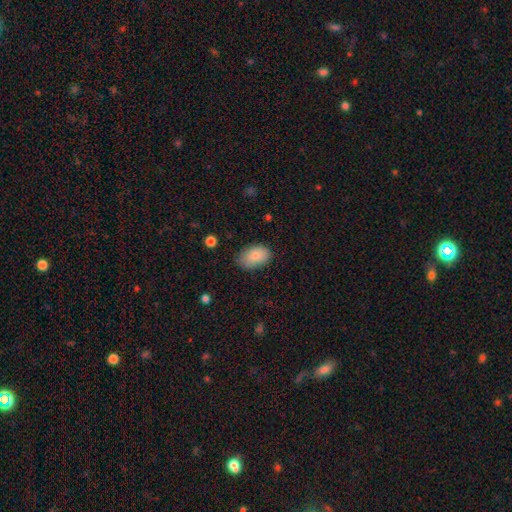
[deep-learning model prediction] The model was most divided on "merging": none: 77%, minor disturbance: 18%, major disturbance: 4%, merger: 1%. More confident: how rounded — in between (90%); smooth or featured — smooth (82%).